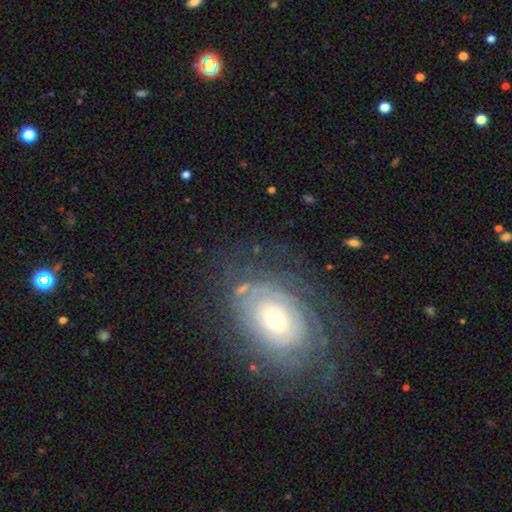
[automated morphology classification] Smooth or featured: featured or disk — 65% (smooth — 23%)
Edge-on disk: no — 94% (yes — 6%)
Bar: no — 78% (weak — 17%)
Spiral arms: yes — 74% (no — 26%)
Bulge size: moderate — 52% (small — 29%)
Merging: none — 76% (minor disturbance — 14%)